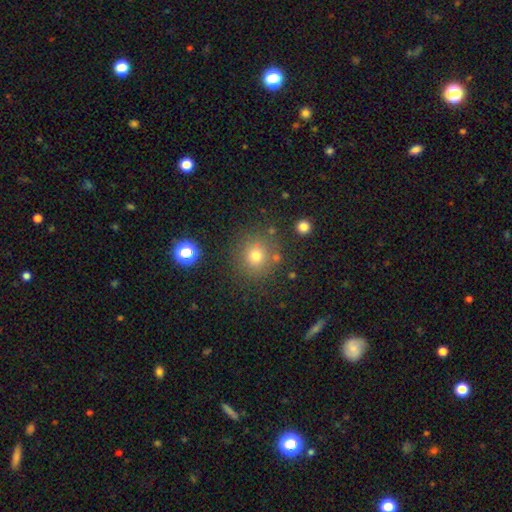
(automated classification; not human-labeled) Overall: smooth (73%). How rounded: round (91%). Merging: none (82%).